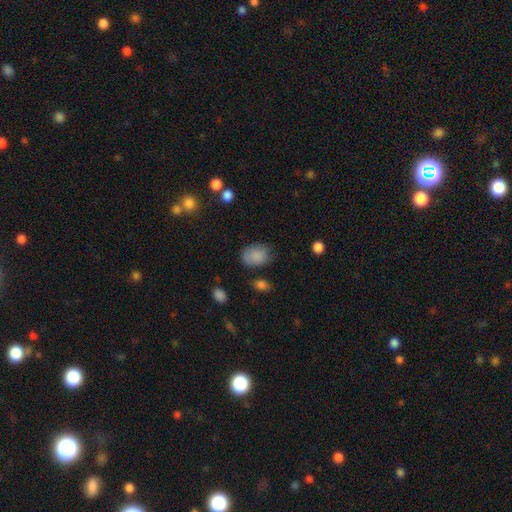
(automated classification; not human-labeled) smooth_or_featured: smooth (p=0.85) [alt: star or artifact p=0.08]
how_rounded: in between (p=0.72) [alt: round p=0.27]
merging: none (p=0.71) [alt: minor disturbance p=0.20]